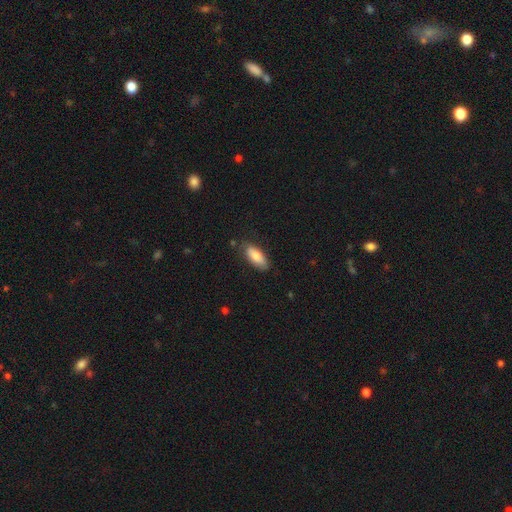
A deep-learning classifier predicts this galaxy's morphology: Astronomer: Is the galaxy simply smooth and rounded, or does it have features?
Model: smooth — 78%.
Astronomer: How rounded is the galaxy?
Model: in between — 80%.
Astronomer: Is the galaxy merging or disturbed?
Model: none — 79%.